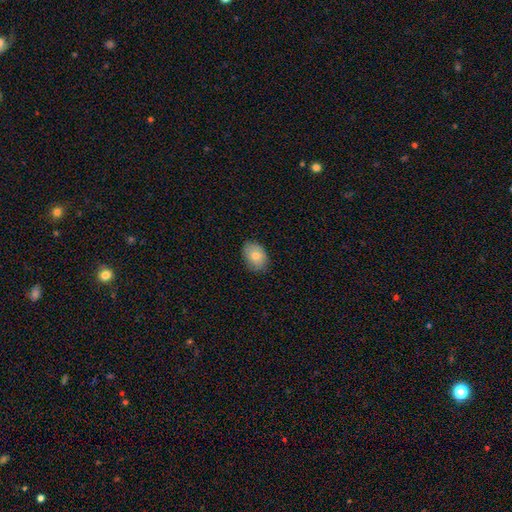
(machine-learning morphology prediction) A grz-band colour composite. It shows a smooth galaxy with no disk features (80%) that is in between round and cigar-shaped (78%). Merging: none (83%).